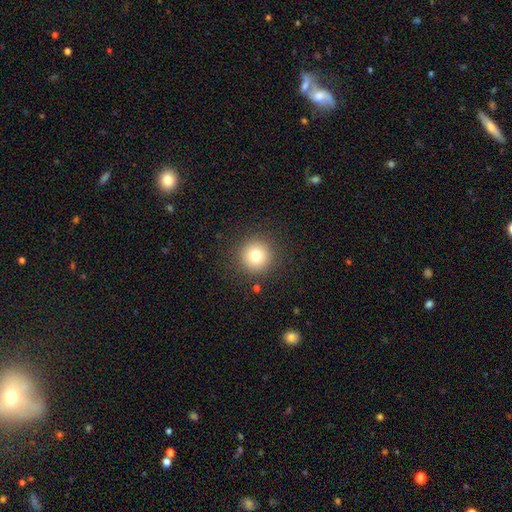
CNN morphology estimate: Overall: smooth (79%). How rounded: round (96%). Merging: none (90%).